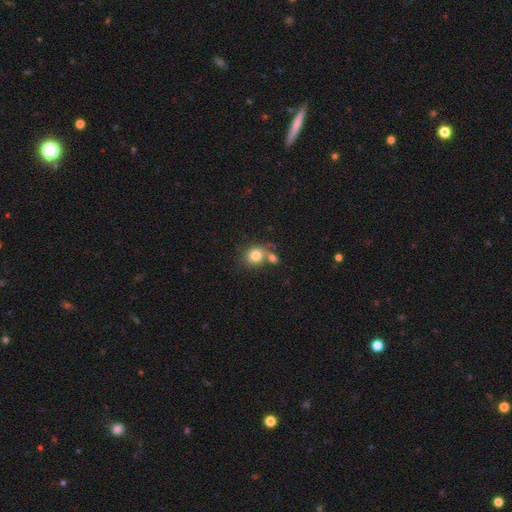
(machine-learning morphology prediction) smooth_or_featured: smooth (p=0.79) [alt: featured or disk p=0.11]
how_rounded: round (p=0.72) [alt: in between p=0.27]
merging: none (p=0.49) [alt: merger p=0.33]